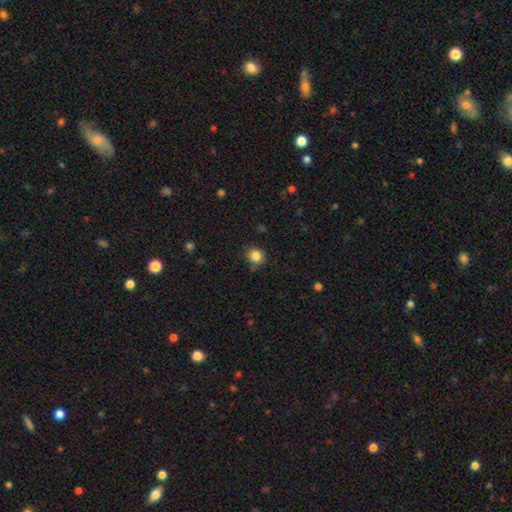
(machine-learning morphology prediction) Smooth or featured? smooth (85%)
How rounded? round (88%)
Merging? none (80%)